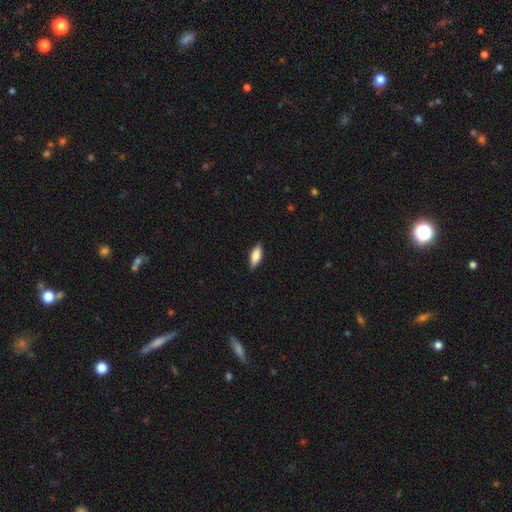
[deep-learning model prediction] Overall: smooth (79%). How rounded: in between (75%). Merging: none (83%).